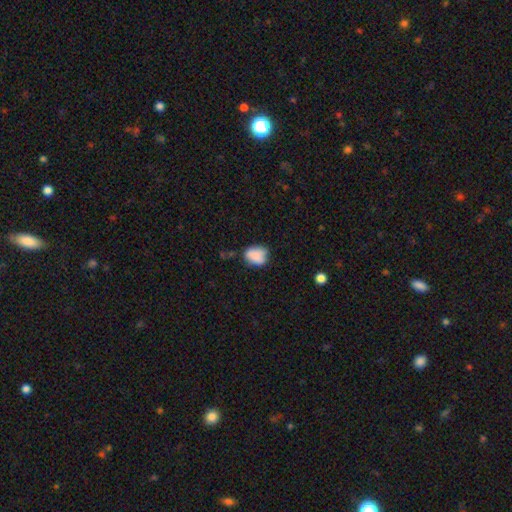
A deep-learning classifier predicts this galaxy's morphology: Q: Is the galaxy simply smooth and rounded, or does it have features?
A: smooth — 80%.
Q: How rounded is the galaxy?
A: in between — 64%.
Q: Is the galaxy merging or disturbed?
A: none — 54%.